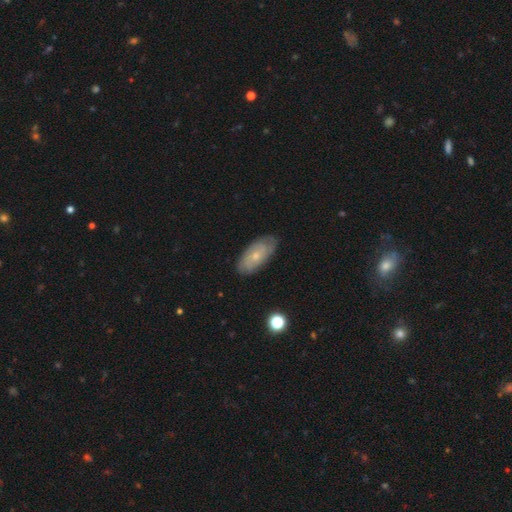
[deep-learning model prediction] Smooth or featured?
  - featured or disk: 47% *
  - smooth: 46%
  - star or artifact: 7%
Merging?
  - none: 79% *
  - minor disturbance: 17%
  - major disturbance: 3%
  - merger: 1%